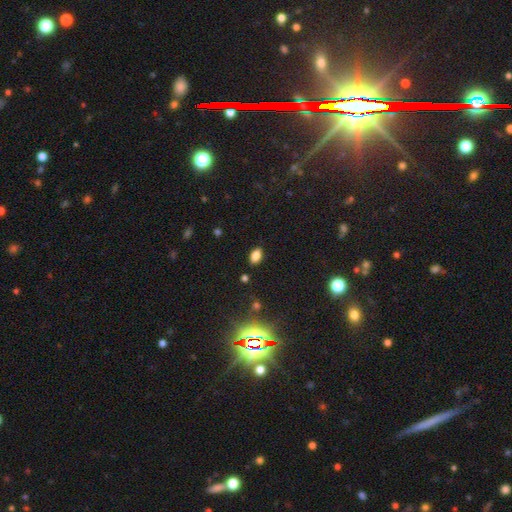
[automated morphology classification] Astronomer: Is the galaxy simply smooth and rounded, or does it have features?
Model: smooth — 81%.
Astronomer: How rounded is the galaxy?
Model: in between — 90%.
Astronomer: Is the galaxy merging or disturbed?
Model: none — 86%.